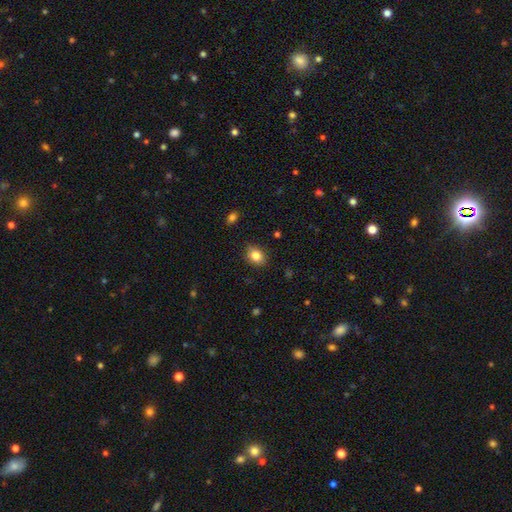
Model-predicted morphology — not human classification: Smooth or featured? smooth (83%)
How rounded? in between (68%)
Merging? none (86%)